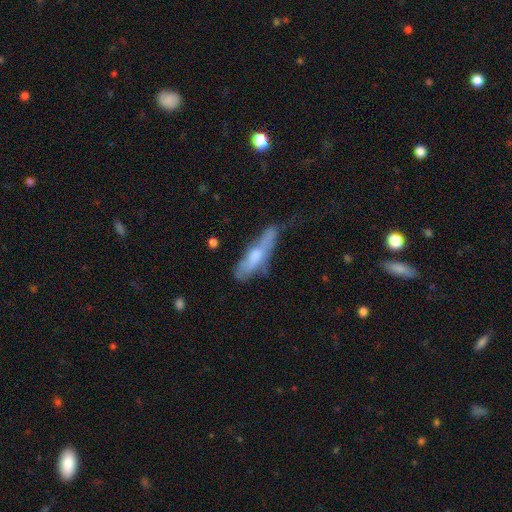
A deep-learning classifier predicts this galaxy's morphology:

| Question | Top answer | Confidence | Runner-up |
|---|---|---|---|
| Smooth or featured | smooth | 49% | featured or disk (43%) |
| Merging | none | 33% | tied: minor disturbance (33%) |